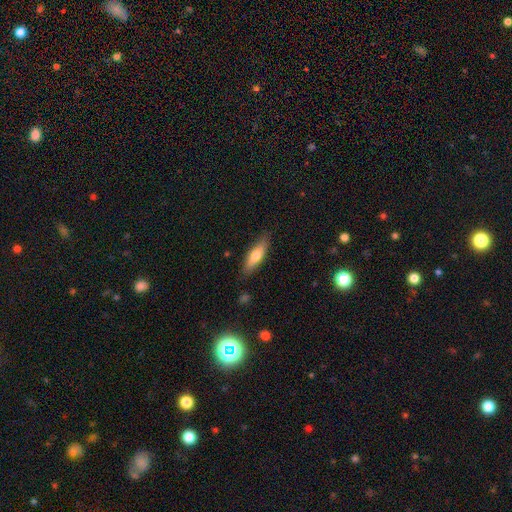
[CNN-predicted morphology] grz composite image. It shows a smooth galaxy with no disk features (64%) that is cigar-shaped (53%). Merging: none (84%).